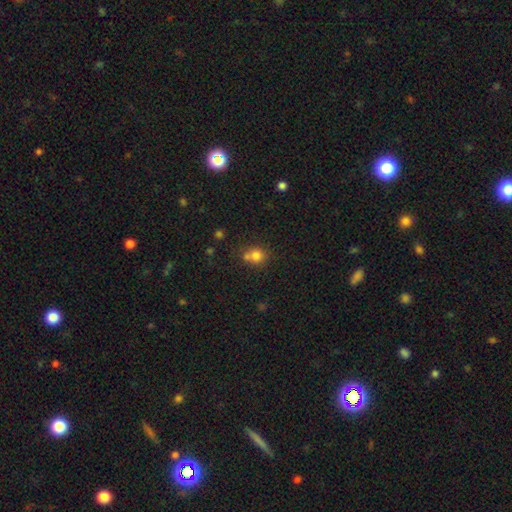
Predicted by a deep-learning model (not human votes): Smooth or featured? smooth (77%)
How rounded? round (81%)
Merging? none (52%)